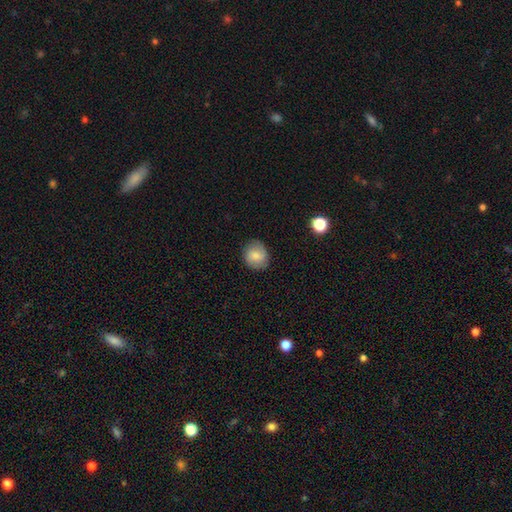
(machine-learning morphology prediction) smooth_or_featured: smooth (p=0.65) [alt: featured or disk p=0.26]
how_rounded: round (p=0.80) [alt: in between p=0.19]
merging: none (p=0.84) [alt: minor disturbance p=0.12]